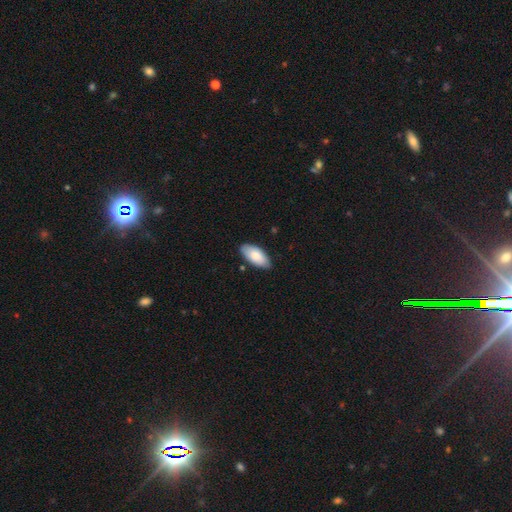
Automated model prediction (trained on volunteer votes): A smooth galaxy with no disk features (81%) that is in between round and cigar-shaped (93%).

Vote fractions:
- Smooth or featured? smooth: 81% / featured or disk: 14% / star or artifact: 6%
- How rounded? in between: 93% / cigar-shaped: 5% / round: 2%
- Merging? none: 84% / minor disturbance: 13% / major disturbance: 2% / merger: 1%